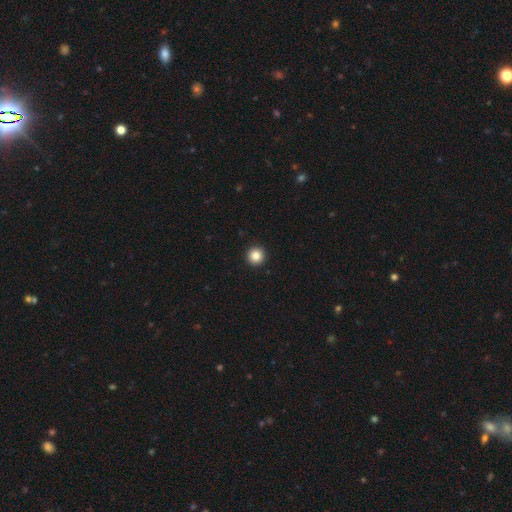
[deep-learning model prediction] The model was most divided on "smooth or featured": smooth: 85%, star or artifact: 10%, featured or disk: 4%. More confident: how rounded — round (96%); merging — none (94%).